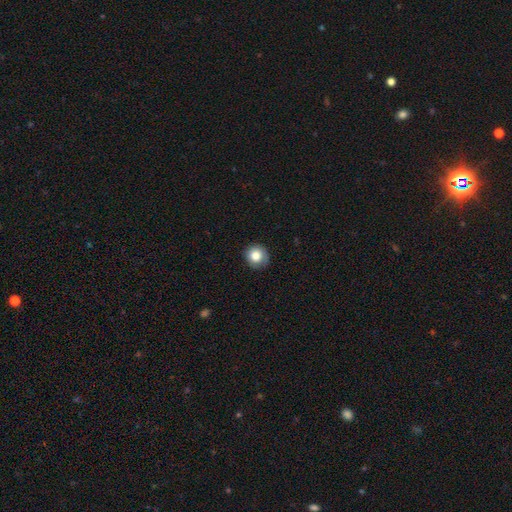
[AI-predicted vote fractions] Morphology: type=smooth (83%); roundness=round (89%); merging=none (84%).